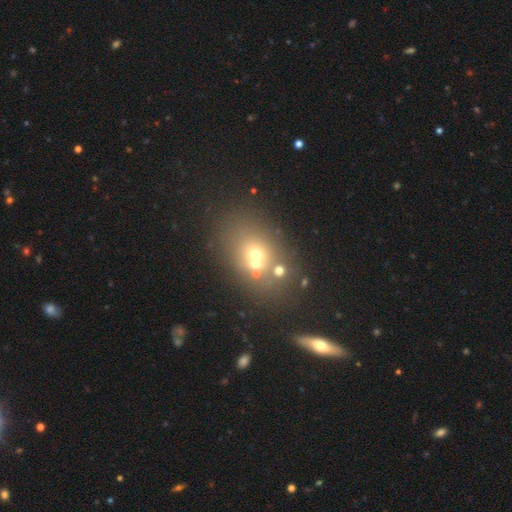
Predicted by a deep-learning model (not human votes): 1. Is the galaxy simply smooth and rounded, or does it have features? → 52% smooth, 24% featured or disk, 23% star or artifact.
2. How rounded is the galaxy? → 51% in between, 47% round, 2% cigar-shaped.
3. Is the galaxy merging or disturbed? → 56% none, 27% merger, 11% minor disturbance, 6% major disturbance.